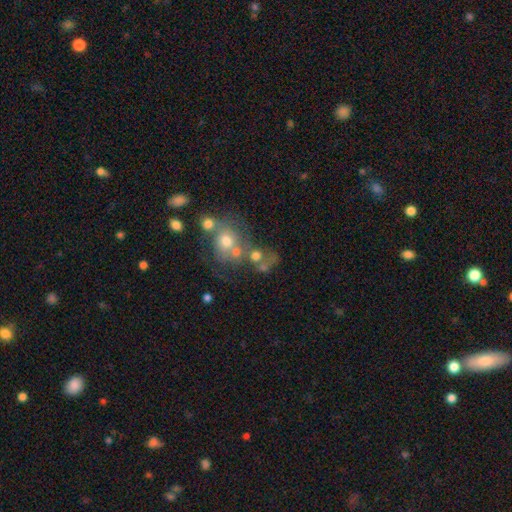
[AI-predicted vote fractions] Smooth or featured?
  - smooth: 46% *
  - featured or disk: 33%
  - star or artifact: 21%
Merging?
  - merger: 42% *
  - none: 34%
  - major disturbance: 13%
  - minor disturbance: 11%